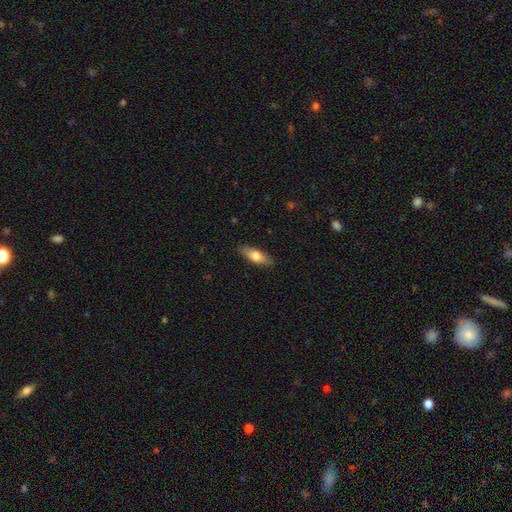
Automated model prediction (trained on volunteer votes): smooth 67%, featured or disk 27%, star or artifact 6%. Down the decision tree: how rounded — in between (60%); merging — none (87%).